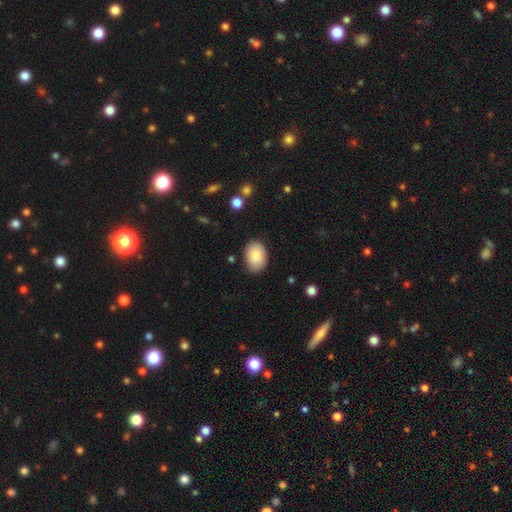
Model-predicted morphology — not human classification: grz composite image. It shows a smooth galaxy with no disk features (84%) that is in between round and cigar-shaped (80%). Merging: none (81%).